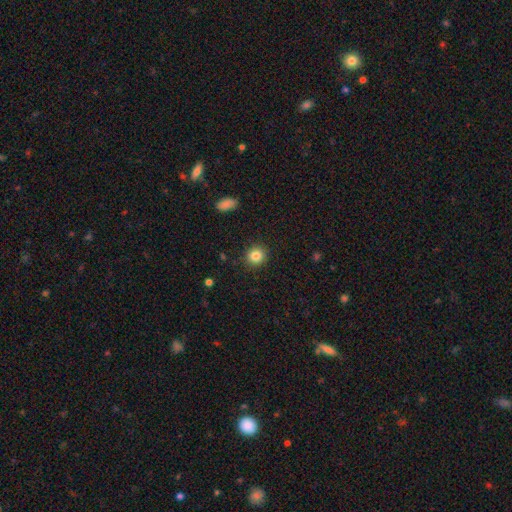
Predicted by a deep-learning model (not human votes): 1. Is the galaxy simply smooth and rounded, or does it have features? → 85% smooth, 10% star or artifact, 5% featured or disk.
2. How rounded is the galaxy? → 87% round, 12% in between, 1% cigar-shaped.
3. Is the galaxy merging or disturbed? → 91% none, 6% minor disturbance, 2% major disturbance, 1% merger.